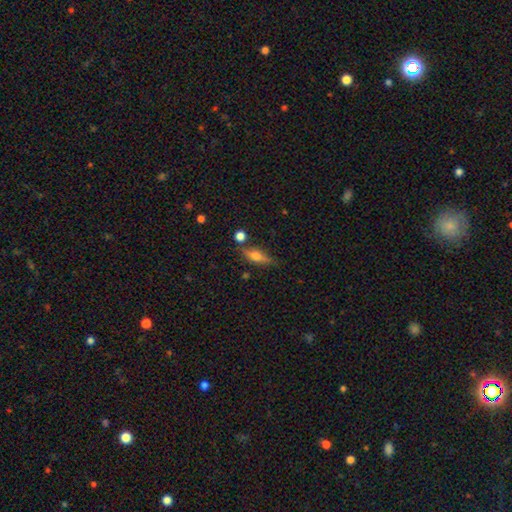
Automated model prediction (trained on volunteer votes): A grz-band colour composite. It shows a smooth galaxy with no disk features (54%) that is in between round and cigar-shaped (52%). Merging: none (74%).